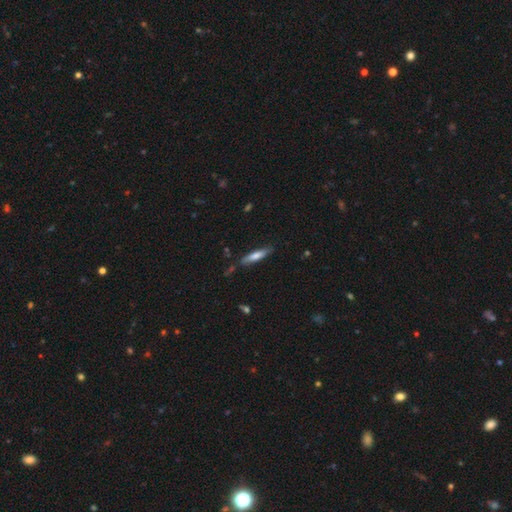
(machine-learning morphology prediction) Q: Smooth or featured?
A: smooth (66%); runner-up: featured or disk (28%)
Q: How rounded?
A: cigar-shaped (82%); runner-up: in between (17%)
Q: Merging?
A: none (79%); runner-up: minor disturbance (16%)